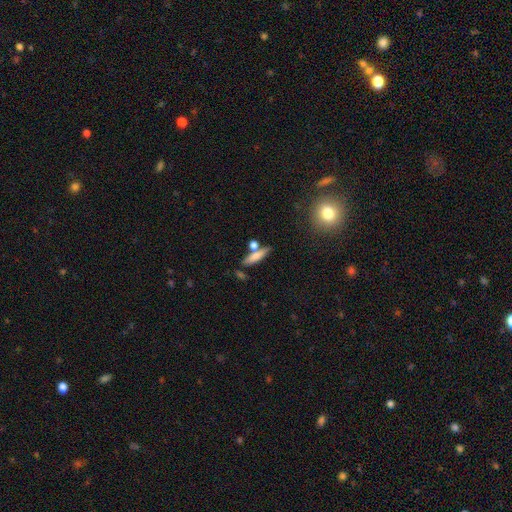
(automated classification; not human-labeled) Smooth or featured? smooth (70%)
How rounded? cigar-shaped (70%)
Merging? none (64%)